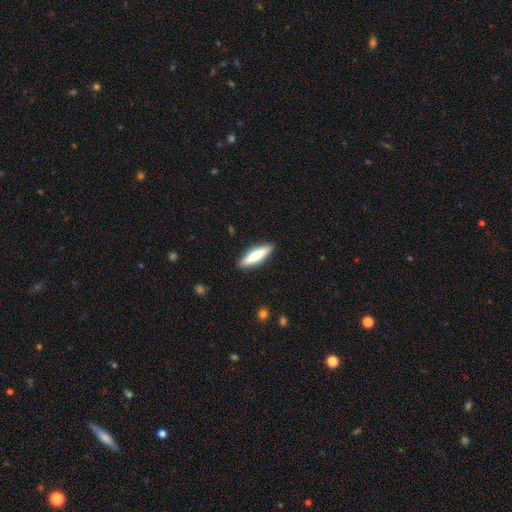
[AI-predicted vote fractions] Morphology: type=smooth (72%); roundness=cigar-shaped (75%); merging=none (90%).